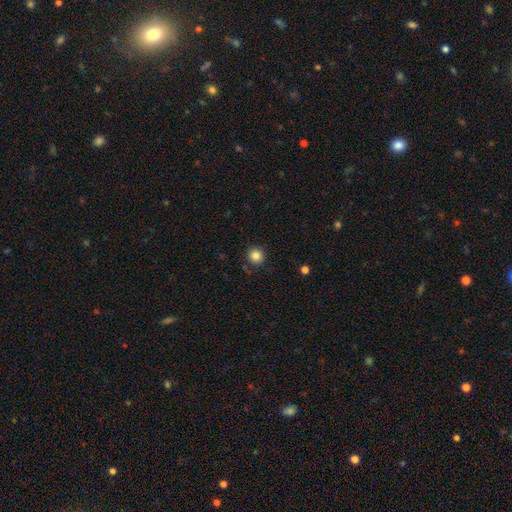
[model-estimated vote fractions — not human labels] smooth_or_featured: smooth (p=0.84) [alt: star or artifact p=0.11]
how_rounded: round (p=0.94) [alt: in between p=0.05]
merging: none (p=0.88) [alt: minor disturbance p=0.08]